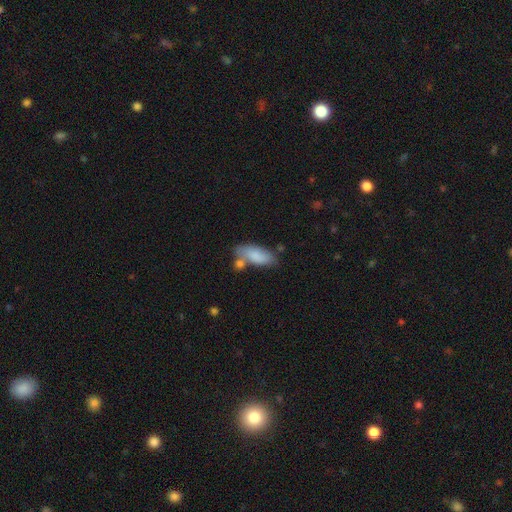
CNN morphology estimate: This is clearly a smooth galaxy (81%). How rounded: clearly in between (80%). Merging: possibly none (56%).